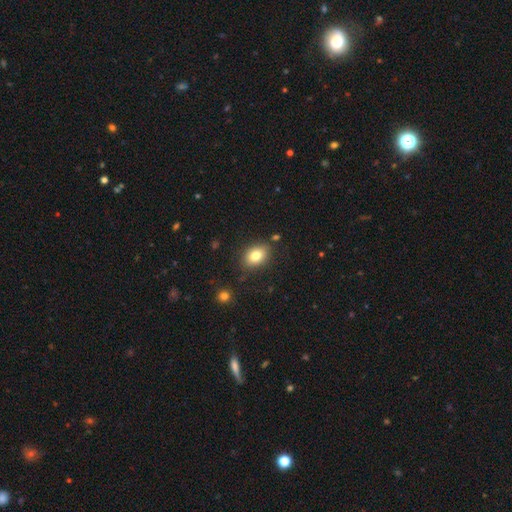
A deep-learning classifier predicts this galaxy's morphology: smooth_or_featured: smooth (p=0.80) [alt: featured or disk p=0.10]
how_rounded: in between (p=0.78) [alt: round p=0.21]
merging: none (p=0.83) [alt: minor disturbance p=0.12]